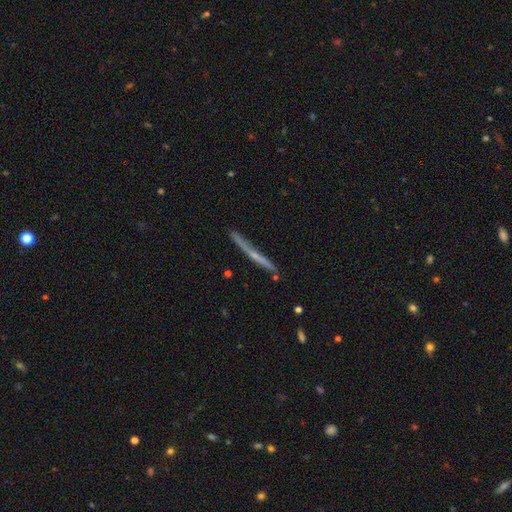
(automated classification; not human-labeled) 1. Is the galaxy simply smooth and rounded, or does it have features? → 63% featured or disk, 30% smooth, 7% star or artifact.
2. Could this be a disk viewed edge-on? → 95% yes, 5% no.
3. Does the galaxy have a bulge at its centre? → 64% none, 31% rounded, 5% boxy.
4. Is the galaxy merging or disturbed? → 81% none, 14% minor disturbance, 2% major disturbance, 2% merger.